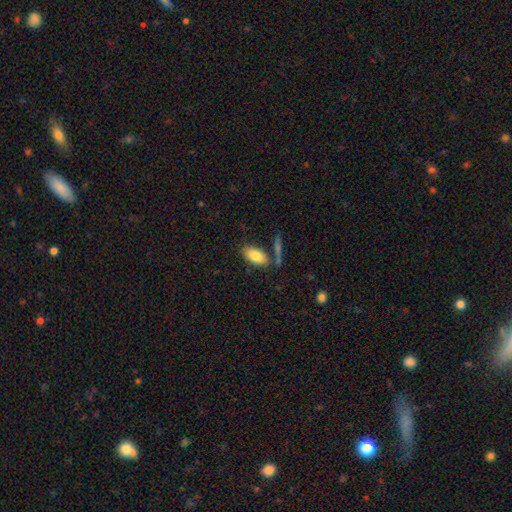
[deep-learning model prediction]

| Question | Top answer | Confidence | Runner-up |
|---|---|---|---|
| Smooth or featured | smooth | 81% | featured or disk (13%) |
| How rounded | in between | 89% | cigar-shaped (8%) |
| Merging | none | 70% | minor disturbance (14%) |